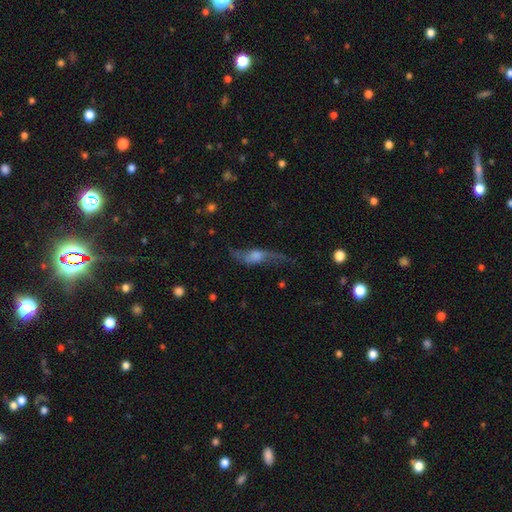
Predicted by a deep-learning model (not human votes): smooth-or-featured: featured or disk: 67% | smooth: 23% | star or artifact: 10%
  disk-edge-on: no: 61% | yes: 39%
  merging: none: 51% | major disturbance: 23% | minor disturbance: 22% | merger: 3%